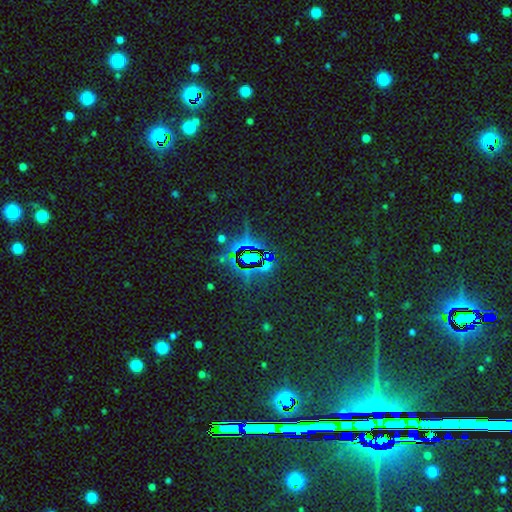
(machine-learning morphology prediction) type=star or artifact (79%).